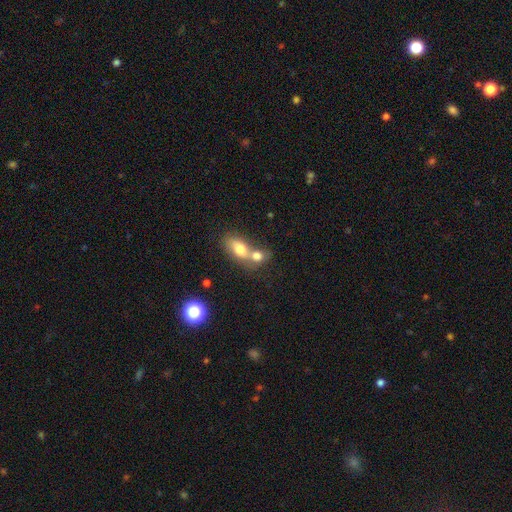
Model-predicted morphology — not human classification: Overall: smooth (72%). How rounded: in between (69%). Merging: merger (68%).